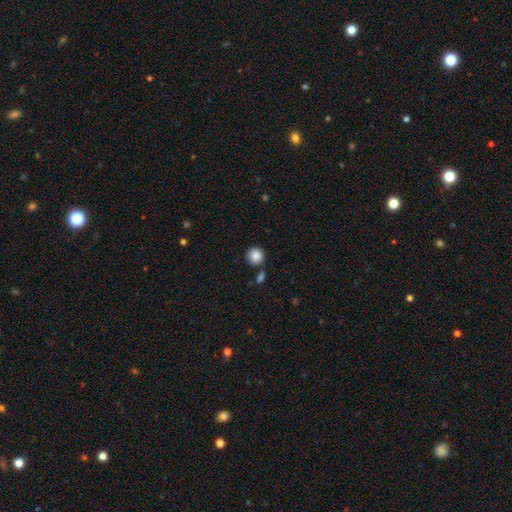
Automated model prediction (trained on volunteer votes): The model was most divided on "merging": none: 79%, minor disturbance: 10%, merger: 8%, major disturbance: 3%. More confident: how rounded — round (91%); smooth or featured — smooth (87%).